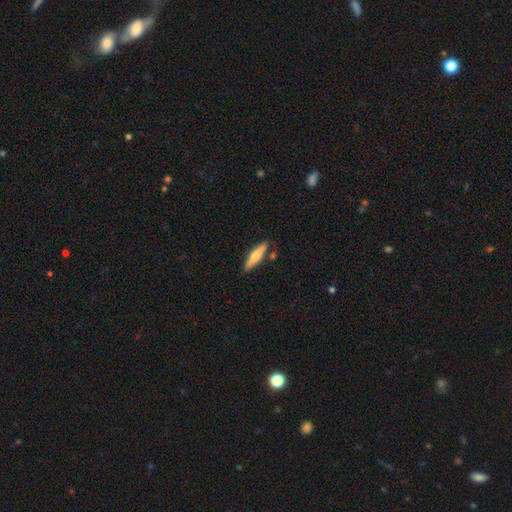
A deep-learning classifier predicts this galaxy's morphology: This appears to be a smooth galaxy with no disk features (59%) that is cigar-shaped (79%). Merging: none (82%).